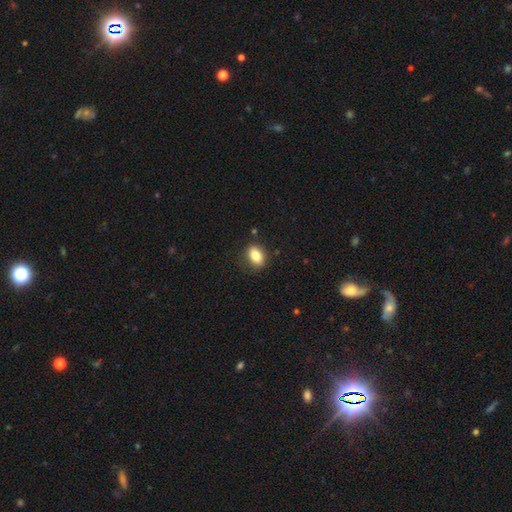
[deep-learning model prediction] smooth-or-featured: smooth: 83% | star or artifact: 9% | featured or disk: 8%
  how-rounded: in between: 80% | round: 19% | cigar-shaped: 2%
  merging: none: 83% | minor disturbance: 12% | major disturbance: 3% | merger: 2%